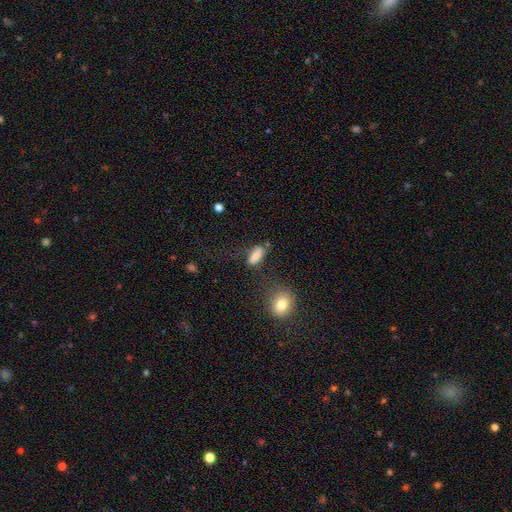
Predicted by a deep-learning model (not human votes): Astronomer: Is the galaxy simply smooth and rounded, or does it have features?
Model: smooth — 80%.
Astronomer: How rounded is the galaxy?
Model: in between — 76%.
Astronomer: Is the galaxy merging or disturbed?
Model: none — 58%.